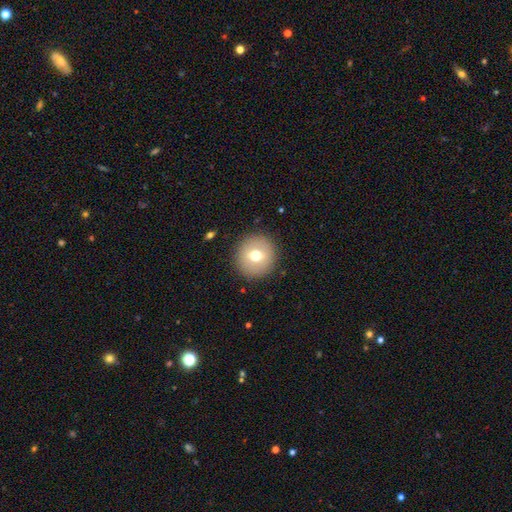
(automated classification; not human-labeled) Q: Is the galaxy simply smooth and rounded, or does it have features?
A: smooth — 68%.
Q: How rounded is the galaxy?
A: round — 95%.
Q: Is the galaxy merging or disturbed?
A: none — 90%.